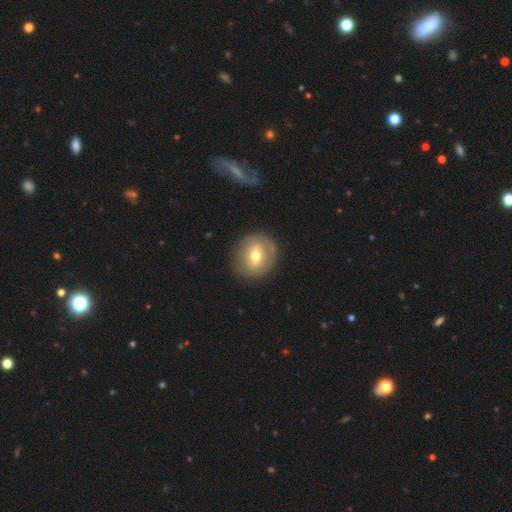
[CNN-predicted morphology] Smooth or featured? smooth (52%)
How rounded? round (86%)
Merging? none (82%)